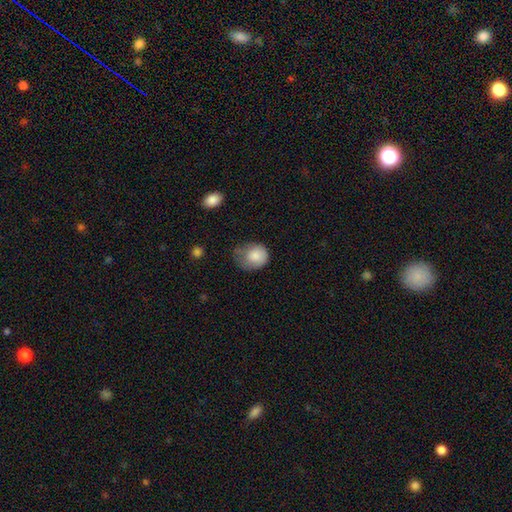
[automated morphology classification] This is clearly a smooth galaxy (82%). How rounded: likely round (68%). Merging: marginally minor disturbance (42%).